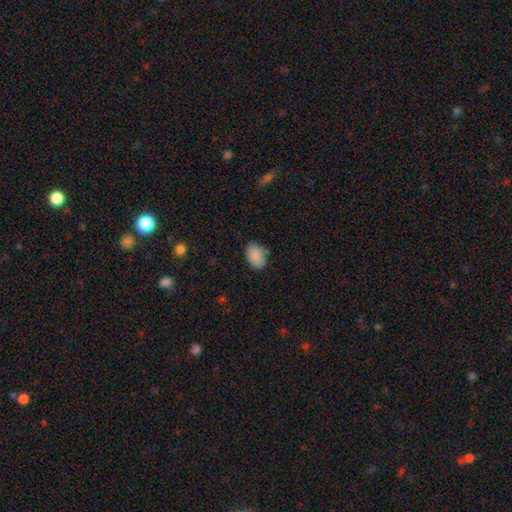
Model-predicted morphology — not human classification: smooth-or-featured: smooth: 88% | star or artifact: 8% | featured or disk: 4%
  how-rounded: in between: 85% | round: 14% | cigar-shaped: 1%
  merging: none: 76% | minor disturbance: 18% | major disturbance: 4% | merger: 2%